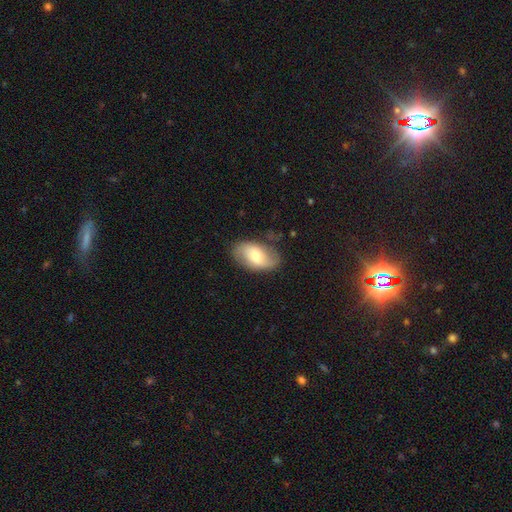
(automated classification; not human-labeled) A smooth galaxy with no disk features (53%) that is in between round and cigar-shaped (93%).

Vote fractions:
- Smooth or featured? smooth: 53% / featured or disk: 41% / star or artifact: 6%
- How rounded? in between: 93% / round: 6% / cigar-shaped: 2%
- Merging? none: 76% / minor disturbance: 17% / major disturbance: 5% / merger: 1%